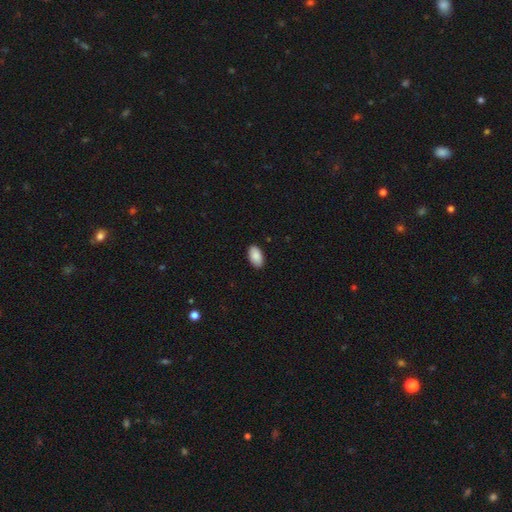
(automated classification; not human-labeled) Smooth or featured: smooth — 90% (star or artifact — 6%)
How rounded: in between — 95% (round — 3%)
Merging: none — 89% (minor disturbance — 8%)